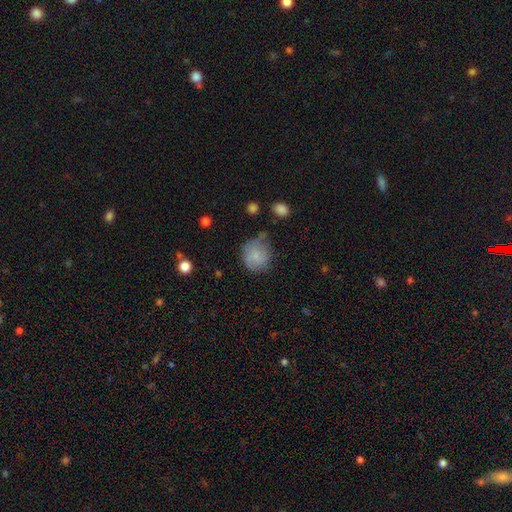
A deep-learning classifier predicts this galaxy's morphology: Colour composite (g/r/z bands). It shows a smooth galaxy with no disk features (77%) that is round (82%). Merging: none (53%).